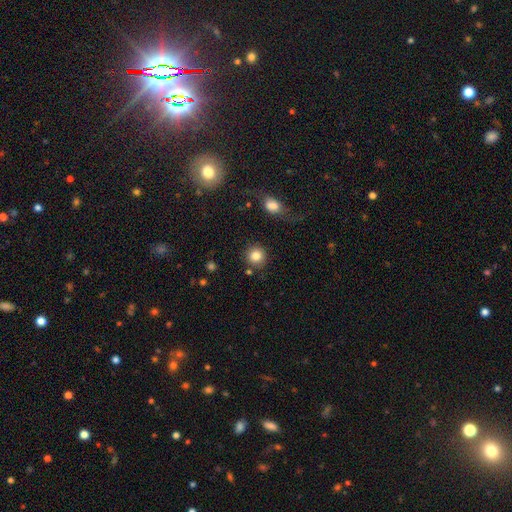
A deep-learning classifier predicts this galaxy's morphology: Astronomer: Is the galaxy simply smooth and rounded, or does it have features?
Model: smooth — 84%.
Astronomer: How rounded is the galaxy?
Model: round — 92%.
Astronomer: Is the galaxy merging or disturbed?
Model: none — 84%.